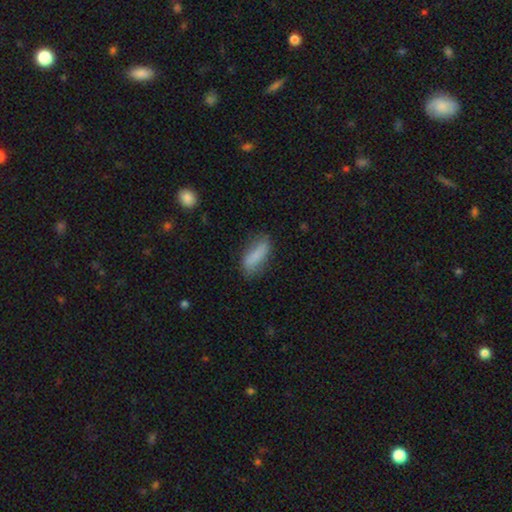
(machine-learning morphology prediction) smooth_or_featured: smooth (p=0.77) [alt: featured or disk p=0.16]
how_rounded: in between (p=0.60) [alt: cigar-shaped p=0.37]
merging: none (p=0.67) [alt: minor disturbance p=0.23]